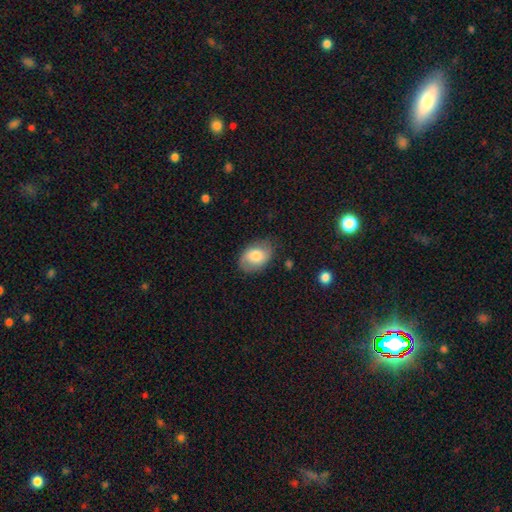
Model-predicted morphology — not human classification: Smooth or featured?
  - smooth: 74% *
  - featured or disk: 19%
  - star or artifact: 7%
How rounded?
  - in between: 82% *
  - round: 16%
  - cigar-shaped: 1%
Merging?
  - none: 74% *
  - minor disturbance: 20%
  - major disturbance: 5%
  - merger: 1%